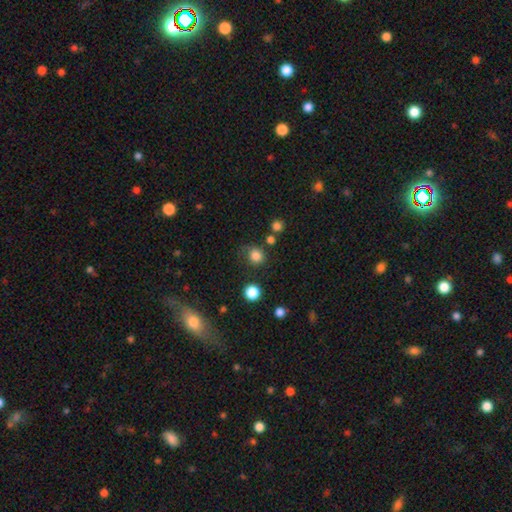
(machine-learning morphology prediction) Smooth or featured? smooth (82%)
How rounded? round (86%)
Merging? none (74%)